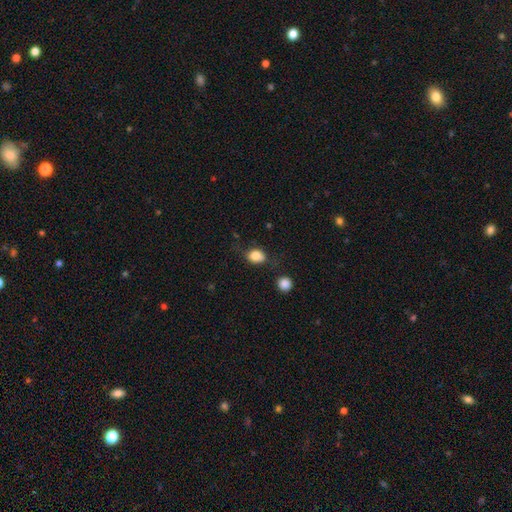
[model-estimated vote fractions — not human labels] smooth_or_featured: smooth (p=0.82) [alt: featured or disk p=0.09]
how_rounded: in between (p=0.59) [alt: round p=0.40]
merging: none (p=0.61) [alt: minor disturbance p=0.25]